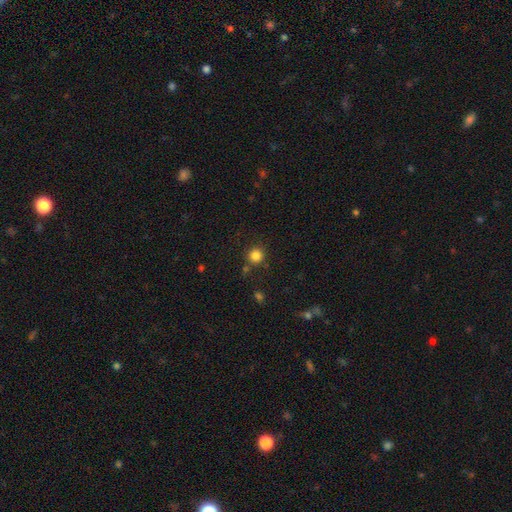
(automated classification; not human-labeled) Smooth or featured: smooth — 83% (star or artifact — 12%)
How rounded: round — 93% (in between — 6%)
Merging: none — 83% (minor disturbance — 8%)